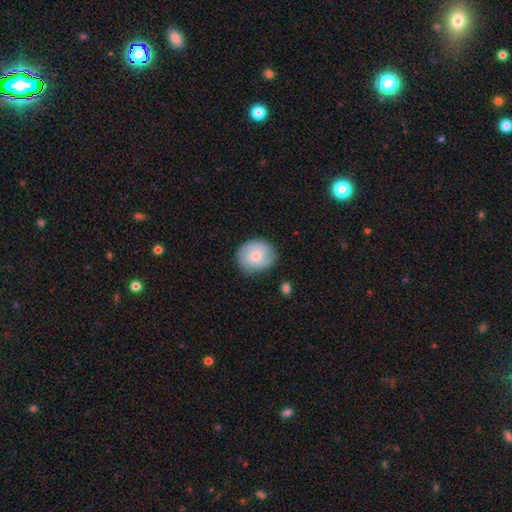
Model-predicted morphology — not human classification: This is likely a smooth galaxy (63%). How rounded: likely round (77%). Merging: likely none (78%).